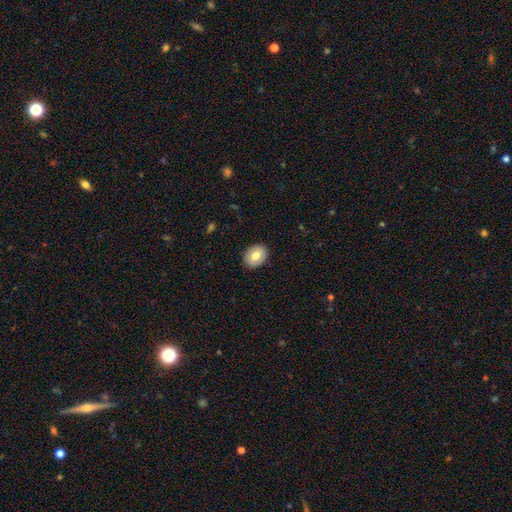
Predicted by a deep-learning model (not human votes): smooth_or_featured: smooth (p=0.75) [alt: featured or disk p=0.18]
how_rounded: in between (p=0.59) [alt: round p=0.40]
merging: none (p=0.89) [alt: minor disturbance p=0.08]